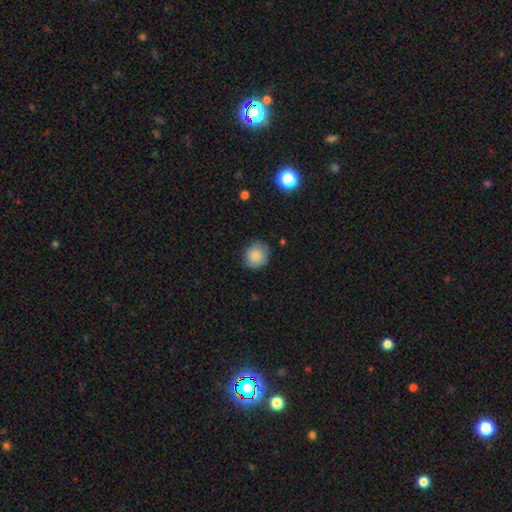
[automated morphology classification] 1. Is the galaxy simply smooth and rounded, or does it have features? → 84% smooth, 8% star or artifact, 8% featured or disk.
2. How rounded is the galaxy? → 77% round, 22% in between, 1% cigar-shaped.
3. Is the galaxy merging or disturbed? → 77% none, 18% minor disturbance, 3% major disturbance, 1% merger.